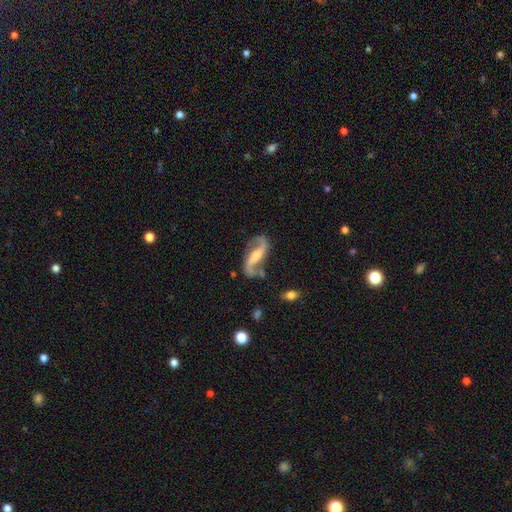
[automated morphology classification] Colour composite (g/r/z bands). It shows a featured or disk galaxy (90%) with a weak bar (37%), 2 (93%) loose (67%) spiral arms (97%) and a moderate central bulge (46%). Merging: none (73%).